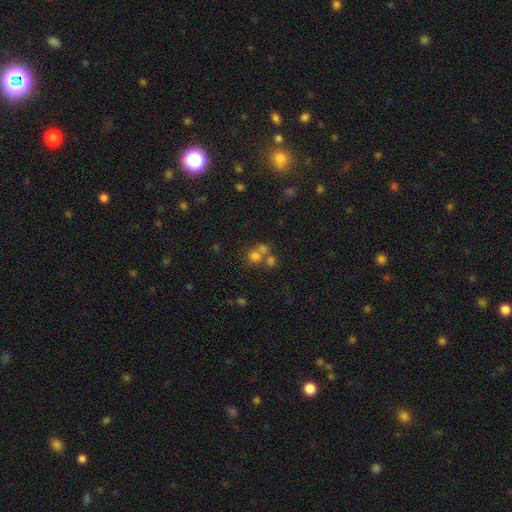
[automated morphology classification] Smooth or featured?
  - smooth: 64% *
  - star or artifact: 20%
  - featured or disk: 16%
How rounded?
  - round: 81% *
  - in between: 18%
  - cigar-shaped: 1%
Merging?
  - merger: 46% *
  - none: 42%
  - minor disturbance: 7%
  - major disturbance: 5%